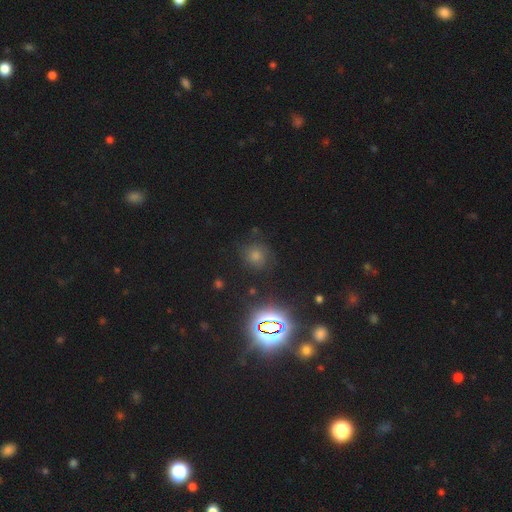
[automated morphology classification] Overall: star or artifact (48%; smooth 41%).